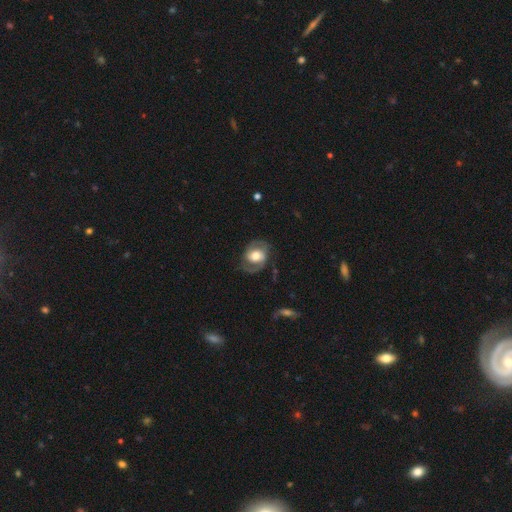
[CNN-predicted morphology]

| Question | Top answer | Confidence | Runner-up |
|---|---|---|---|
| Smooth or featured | featured or disk | 70% | smooth (24%) |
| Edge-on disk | no | 97% | yes (3%) |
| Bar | no | 49% | weak (36%) |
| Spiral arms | yes | 85% | no (15%) |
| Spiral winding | medium | 49% | tight (29%) |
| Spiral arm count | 2 | 85% | can't tell (6%) |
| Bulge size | moderate | 60% | large (28%) |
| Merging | none | 71% | minor disturbance (17%) |